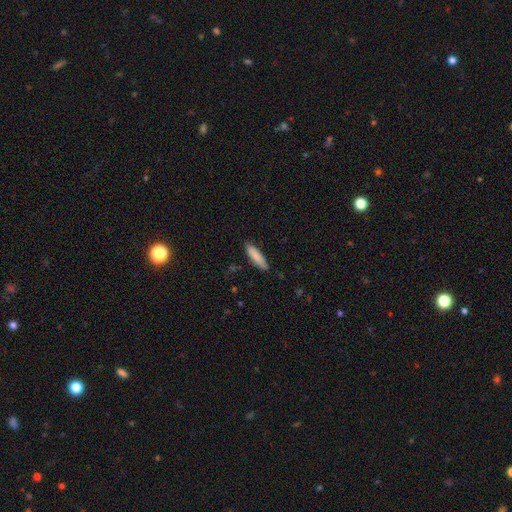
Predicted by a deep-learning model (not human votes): A smooth galaxy with no disk features (86%) that is cigar-shaped (68%). Merging: none (85%).